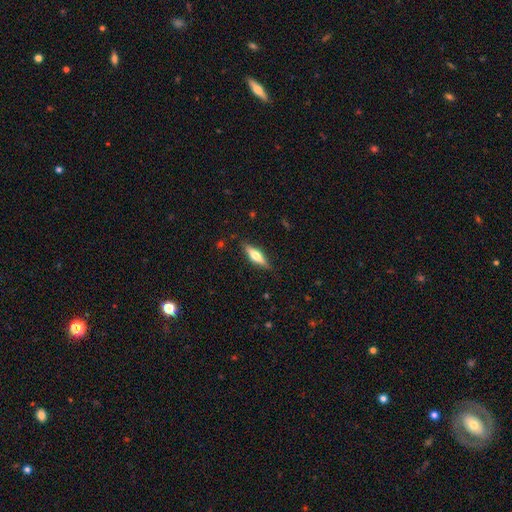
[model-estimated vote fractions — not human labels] A featured or disk galaxy (49%).

Vote fractions:
- Smooth or featured? featured or disk: 49% / smooth: 45% / star or artifact: 6%
- Merging? none: 86% / minor disturbance: 10% / major disturbance: 2% / merger: 1%